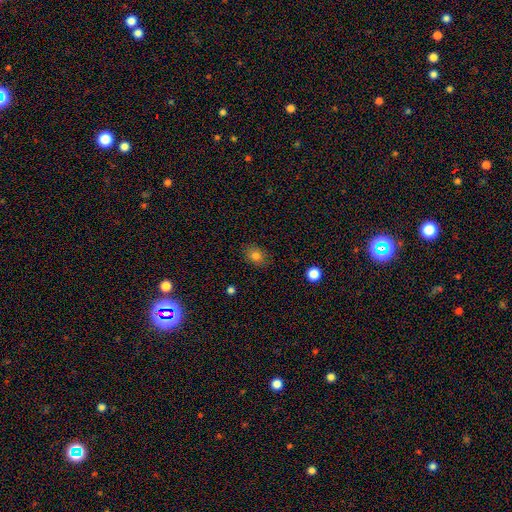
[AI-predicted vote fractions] Smooth or featured: smooth — 81% (star or artifact — 12%)
How rounded: in between — 54% (round — 45%)
Merging: none — 85% (minor disturbance — 11%)